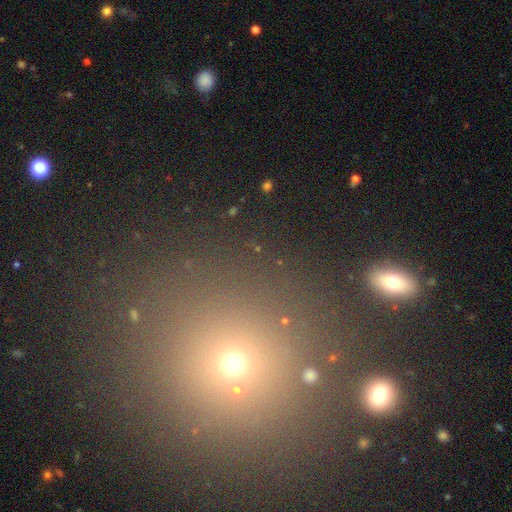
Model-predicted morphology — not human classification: Smooth or featured? Predicted: smooth (p=0.49). Merging? Predicted: none (p=0.83).